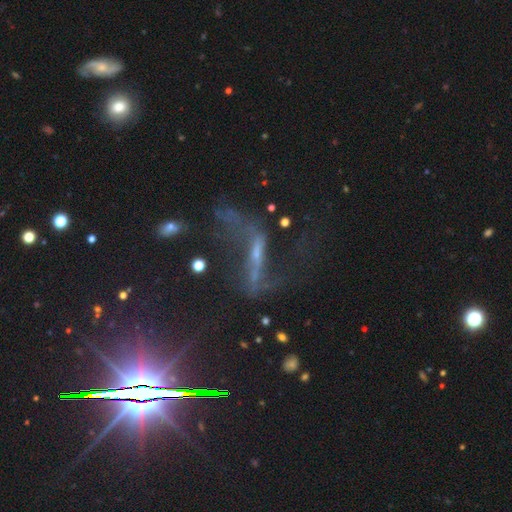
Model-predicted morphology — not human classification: type=featured or disk (65%); edge-on=no (72%); merging=none (47%).